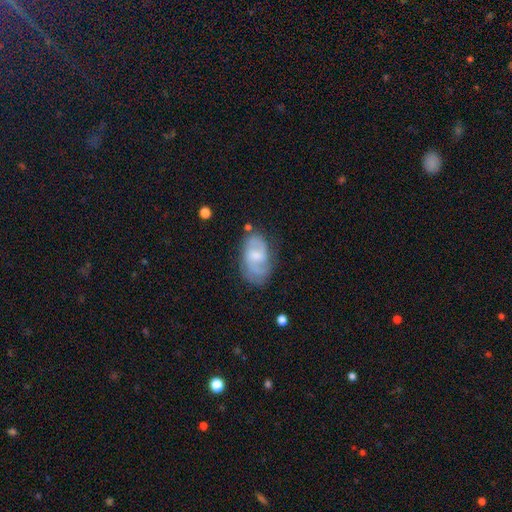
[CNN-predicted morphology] Smooth or featured? Predicted: featured or disk (p=0.68). Edge-on disk? Predicted: no (p=0.97). Bar? Predicted: weak (p=0.53). Spiral arms? Predicted: yes (p=0.90). Spiral winding? Predicted: medium (p=0.49). Spiral arm count? Predicted: 2 (p=0.69). Bulge size? Predicted: small (p=0.44). Merging? Predicted: none (p=0.66).